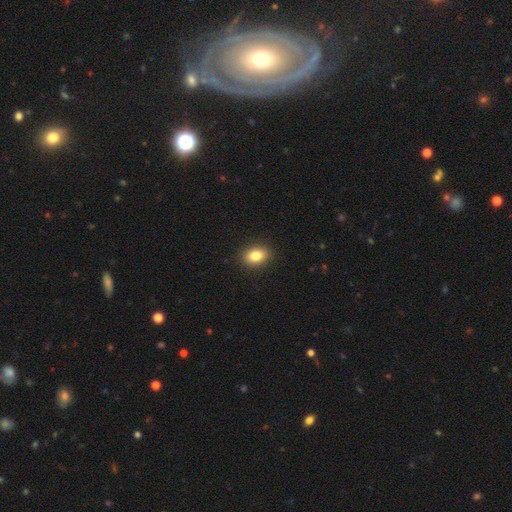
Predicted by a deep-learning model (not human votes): smooth_or_featured: smooth (p=0.84) [alt: star or artifact p=0.09]
how_rounded: in between (p=0.75) [alt: round p=0.23]
merging: none (p=0.90) [alt: minor disturbance p=0.07]